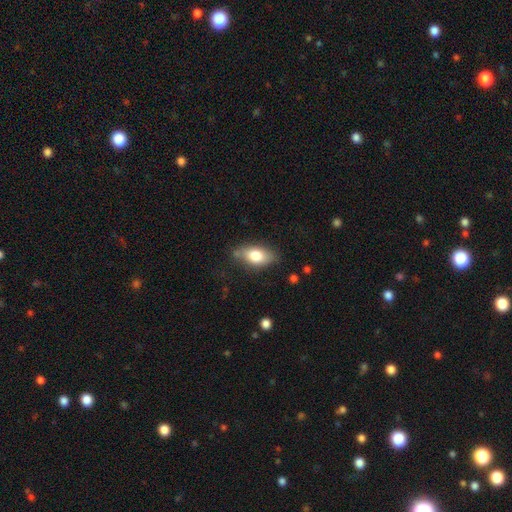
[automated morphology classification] smooth_or_featured: smooth (p=0.75) [alt: featured or disk p=0.17]
how_rounded: in between (p=0.88) [alt: cigar-shaped p=0.07]
merging: none (p=0.75) [alt: minor disturbance p=0.18]